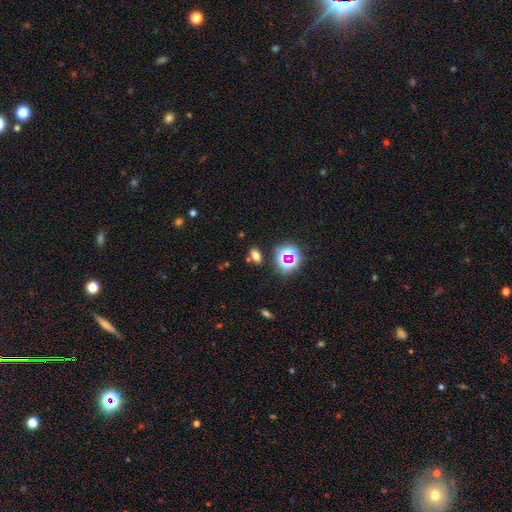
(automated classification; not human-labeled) A smooth galaxy with no disk features (65%) that is in between round and cigar-shaped (80%). Merging: none (79%).